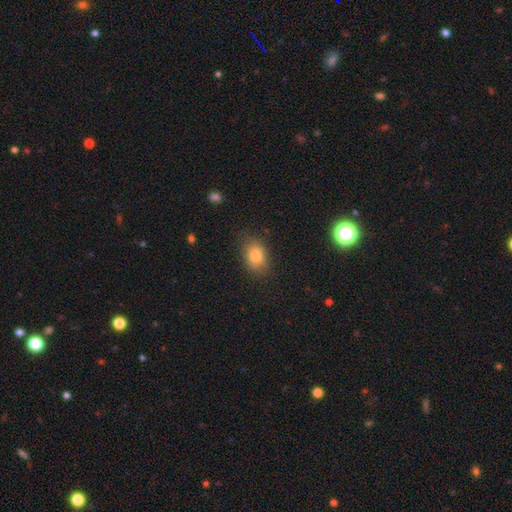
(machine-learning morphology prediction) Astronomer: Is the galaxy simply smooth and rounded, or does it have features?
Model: smooth — 80%.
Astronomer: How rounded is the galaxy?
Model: in between — 70%.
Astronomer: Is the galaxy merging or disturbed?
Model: none — 79%.